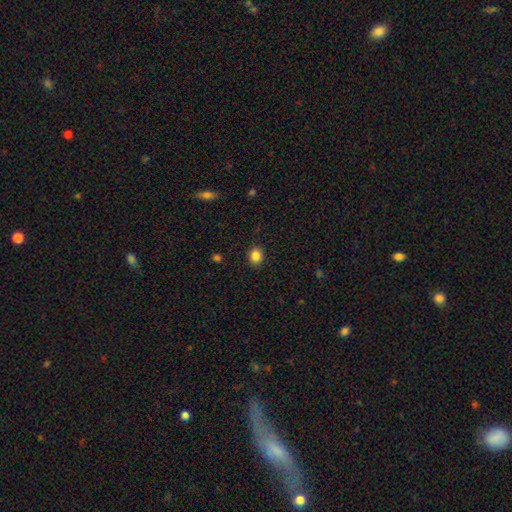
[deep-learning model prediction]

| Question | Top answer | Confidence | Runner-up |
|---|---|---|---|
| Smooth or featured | smooth | 86% | star or artifact (10%) |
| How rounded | round | 65% | in between (34%) |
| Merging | none | 90% | minor disturbance (7%) |